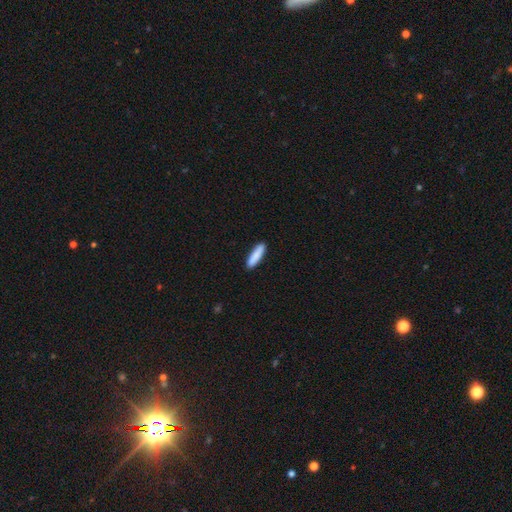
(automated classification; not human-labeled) This appears to be a smooth galaxy with no disk features (87%) that is cigar-shaped (75%). Merging: none (90%).